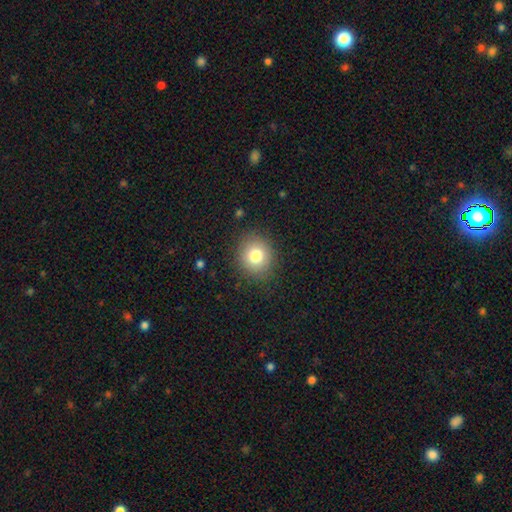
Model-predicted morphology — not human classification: This appears to be a smooth galaxy with no disk features (79%) that is round (82%). Merging: none (87%).